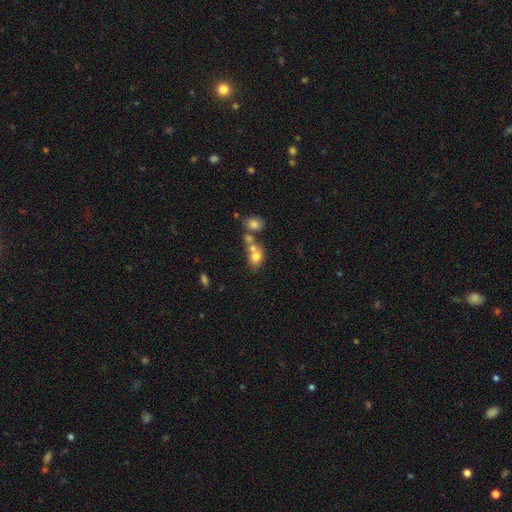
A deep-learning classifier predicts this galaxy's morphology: Smooth or featured? smooth (72%)
How rounded? in between (53%)
Merging? merger (51%)